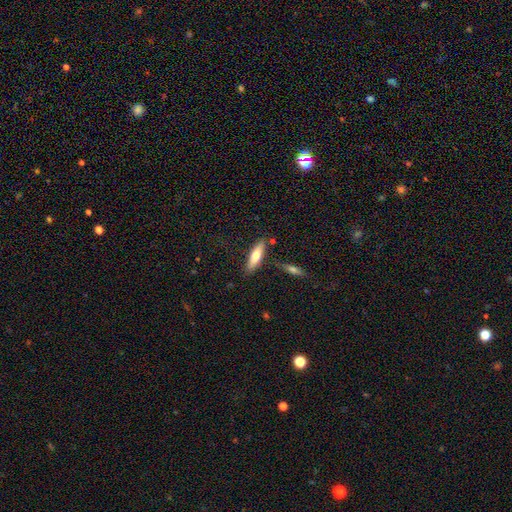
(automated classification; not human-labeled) Smooth or featured? Predicted: smooth (p=0.63). How rounded? Predicted: cigar-shaped (p=0.61). Merging? Predicted: none (p=0.78).